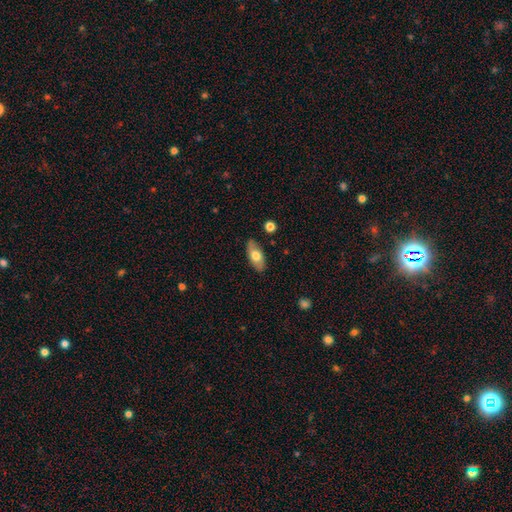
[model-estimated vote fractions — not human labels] Overall: smooth (67%; featured or disk 27%). How rounded: in between (87%). Merging: none (85%).